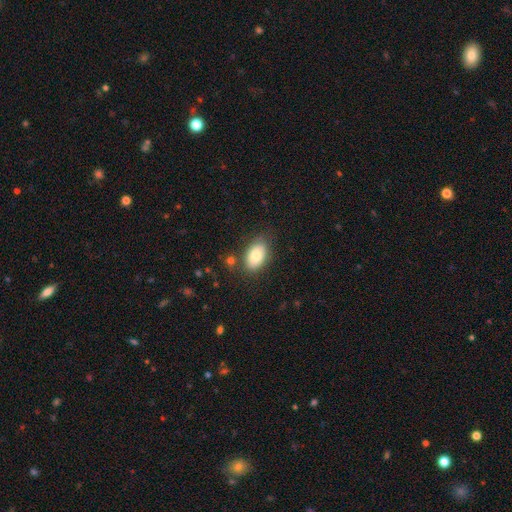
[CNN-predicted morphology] This appears to be a smooth galaxy with no disk features (81%) that is in between round and cigar-shaped (91%). Merging: none (77%).